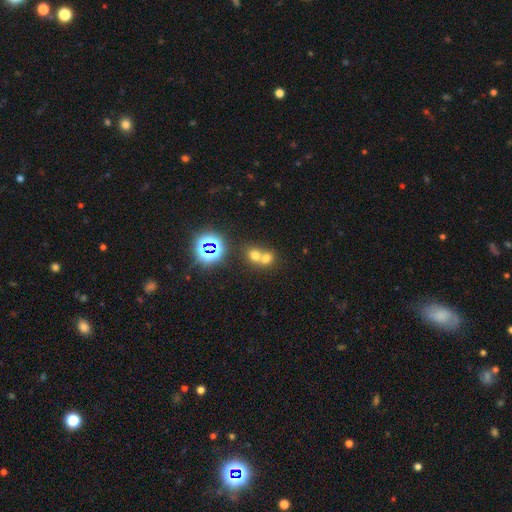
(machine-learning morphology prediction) This is likely a smooth galaxy (62%). How rounded: likely round (70%). Merging: likely merger (63%).